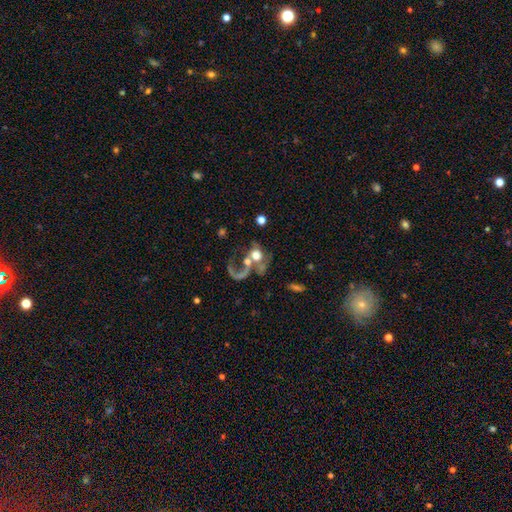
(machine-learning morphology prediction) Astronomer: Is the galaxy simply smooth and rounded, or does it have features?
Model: featured or disk — 47% (runner-up: smooth, 41%).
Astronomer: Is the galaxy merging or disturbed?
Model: merger — 49% (runner-up: major disturbance, 27%).